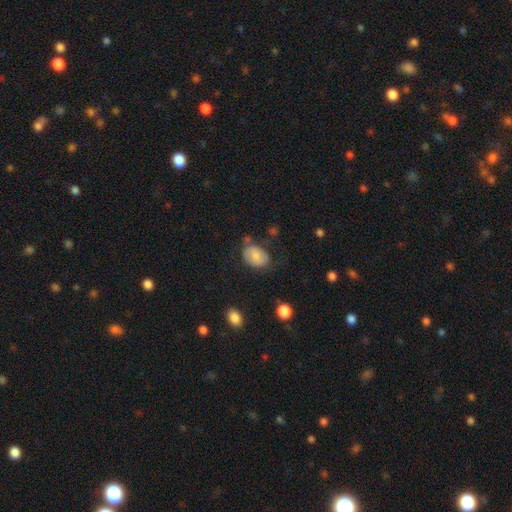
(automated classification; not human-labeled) smooth_or_featured: smooth (p=0.76) [alt: featured or disk p=0.16]
how_rounded: in between (p=0.75) [alt: round p=0.24]
merging: none (p=0.62) [alt: minor disturbance p=0.25]